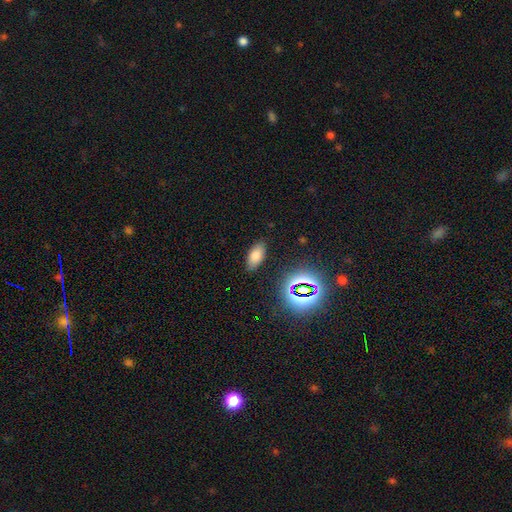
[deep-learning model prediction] smooth_or_featured: smooth (p=0.74) [alt: star or artifact p=0.17]
how_rounded: in between (p=0.89) [alt: cigar-shaped p=0.07]
merging: none (p=0.85) [alt: minor disturbance p=0.11]